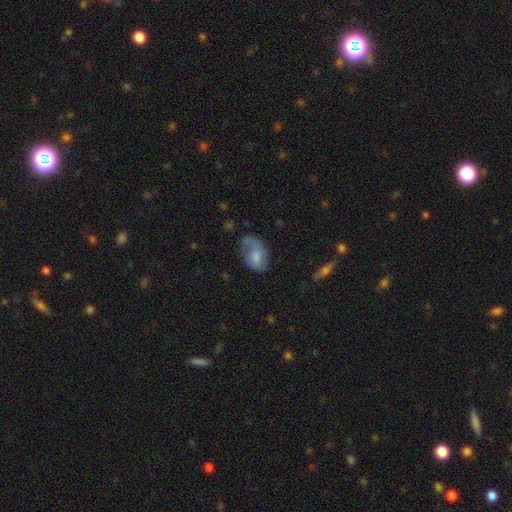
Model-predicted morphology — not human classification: Smooth or featured? smooth (61%)
How rounded? in between (86%)
Merging? none (40%)